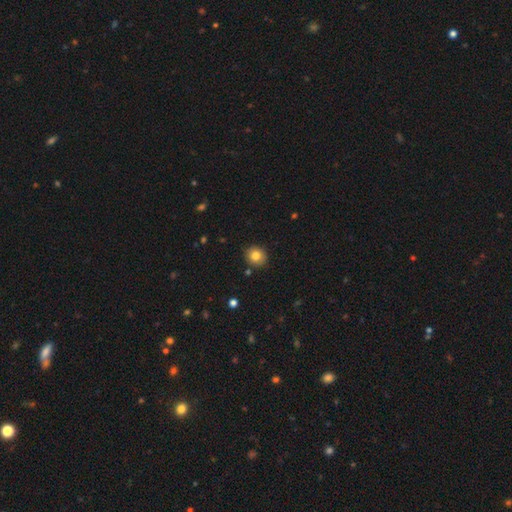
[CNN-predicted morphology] A smooth galaxy with no disk features (80%) that is round (75%).

Vote fractions:
- Smooth or featured? smooth: 80% / star or artifact: 10% / featured or disk: 9%
- How rounded? round: 75% / in between: 25% / cigar-shaped: 1%
- Merging? none: 88% / minor disturbance: 8% / merger: 2% / major disturbance: 2%